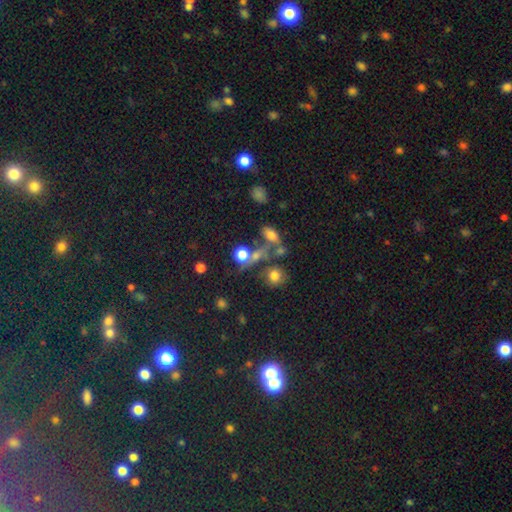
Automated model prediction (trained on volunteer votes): This appears to be a smooth galaxy with no disk features (61%) that is round (69%). Merging: none (49%).